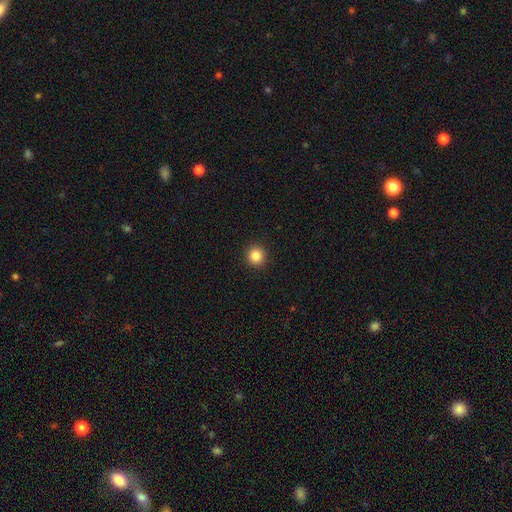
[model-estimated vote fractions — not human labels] smooth_or_featured: smooth (p=0.85) [alt: star or artifact p=0.11]
how_rounded: round (p=0.94) [alt: in between p=0.05]
merging: none (p=0.93) [alt: minor disturbance p=0.04]